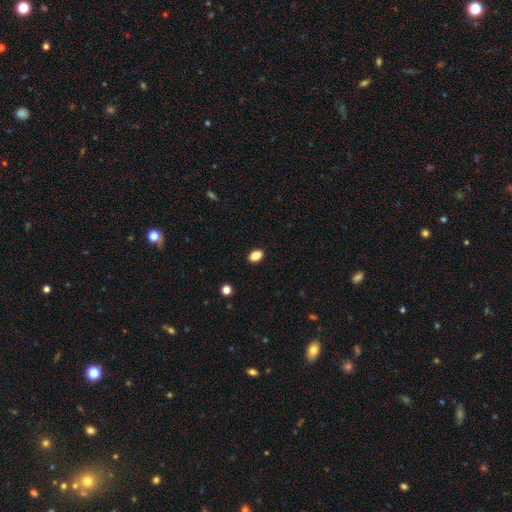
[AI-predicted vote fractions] Smooth or featured: smooth — 86% (star or artifact — 9%)
How rounded: in between — 83% (round — 16%)
Merging: none — 90% (minor disturbance — 7%)